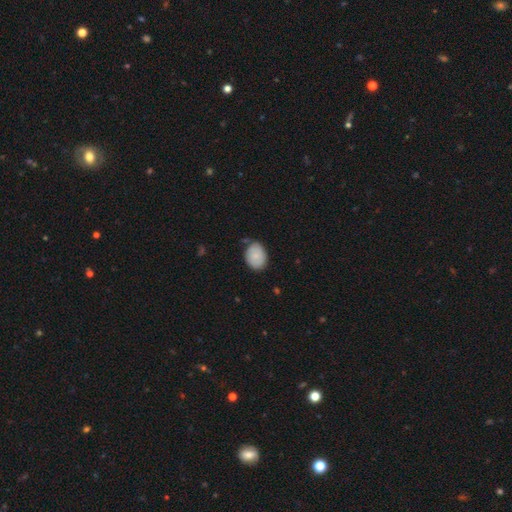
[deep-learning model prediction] The model was most divided on "how rounded": in between: 68%, round: 31%, cigar-shaped: 1%. More confident: smooth or featured — smooth (84%); merging — none (66%).